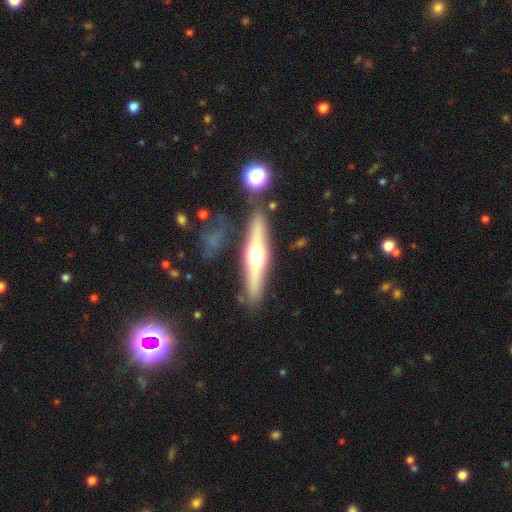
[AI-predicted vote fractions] Q: Smooth or featured?
A: featured or disk (64%); runner-up: smooth (30%)
Q: Edge-on disk?
A: yes (94%); runner-up: no (6%)
Q: Edge-on bulge?
A: rounded (93%); runner-up: boxy (4%)
Q: Merging?
A: none (82%); runner-up: minor disturbance (11%)